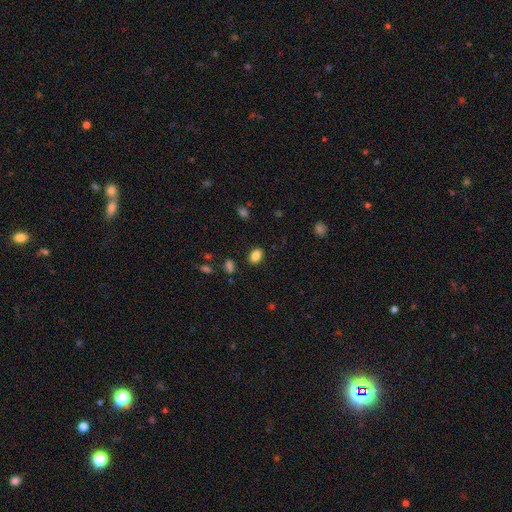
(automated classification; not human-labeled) A smooth galaxy with no disk features (85%) that is in between round and cigar-shaped (80%). Merging: none (86%).